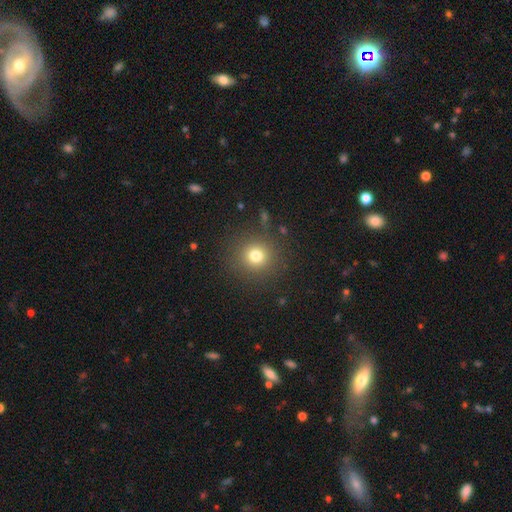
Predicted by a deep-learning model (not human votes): This appears to be a smooth galaxy with no disk features (76%) that is round (93%). Merging: none (87%).